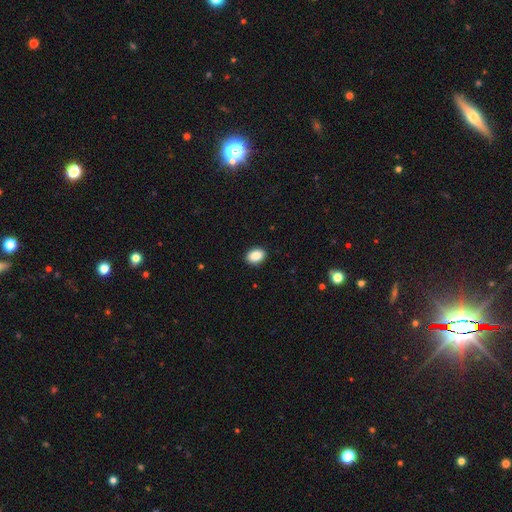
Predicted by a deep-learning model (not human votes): Morphology: type=smooth (89%); roundness=in between (74%); merging=none (91%).